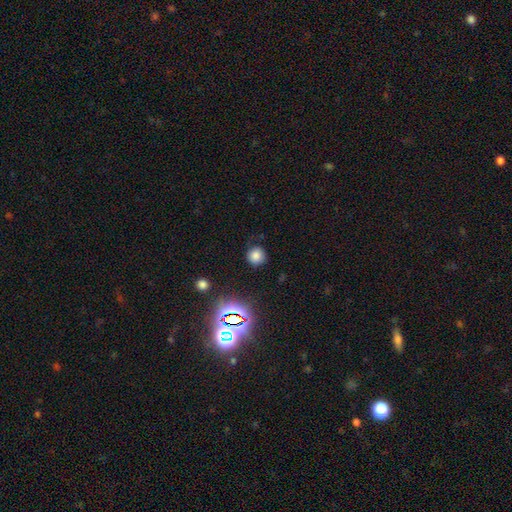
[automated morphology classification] The model was most divided on "smooth or featured": smooth: 75%, star or artifact: 18%, featured or disk: 7%. More confident: how rounded — round (90%); merging — none (81%).